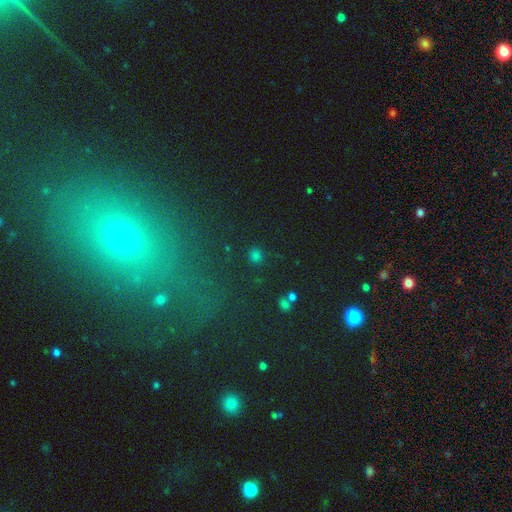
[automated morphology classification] Smooth or featured?
  - smooth: 72% *
  - star or artifact: 22%
  - featured or disk: 6%
How rounded?
  - round: 91% *
  - in between: 8%
  - cigar-shaped: 1%
Merging?
  - none: 87% *
  - minor disturbance: 7%
  - merger: 3%
  - major disturbance: 3%